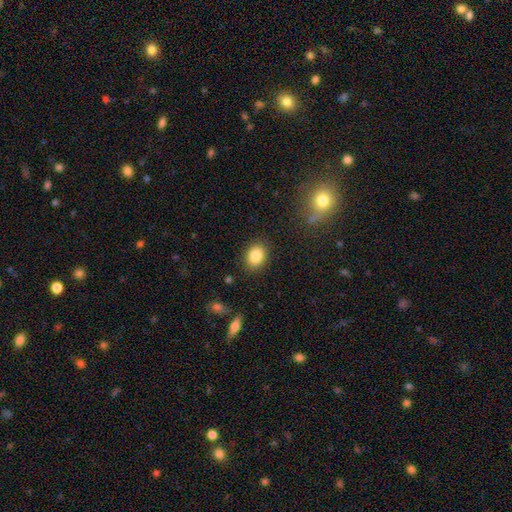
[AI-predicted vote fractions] Smooth or featured? smooth (86%)
How rounded? in between (63%)
Merging? none (86%)